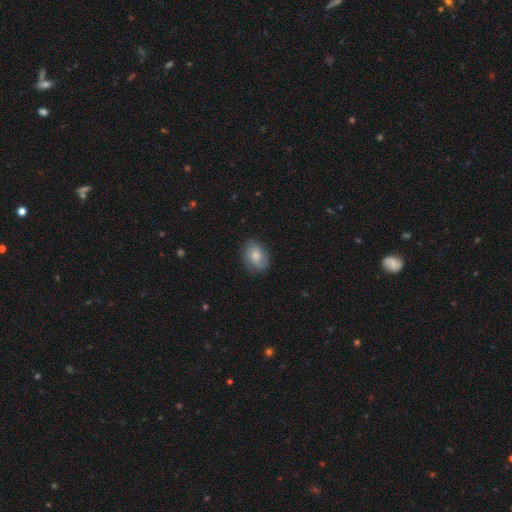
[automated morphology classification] A smooth galaxy with no disk features (66%) that is in between round and cigar-shaped (70%). Merging: none (73%).